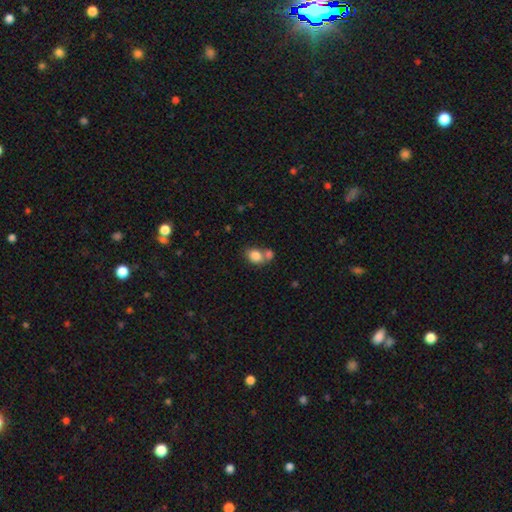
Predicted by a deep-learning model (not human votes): The model was most divided on "merging": merger: 46%, none: 40%, minor disturbance: 10%, major disturbance: 4%. More confident: smooth or featured — smooth (83%); how rounded — in between (64%).